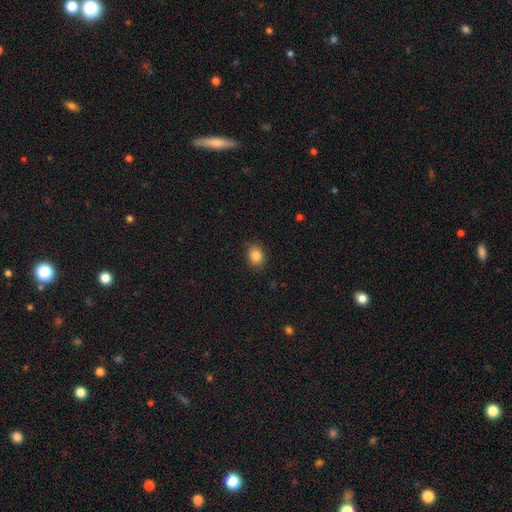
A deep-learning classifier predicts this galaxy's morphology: Smooth or featured: smooth — 86% (star or artifact — 10%)
How rounded: in between — 51% (round — 48%)
Merging: none — 82% (minor disturbance — 14%)